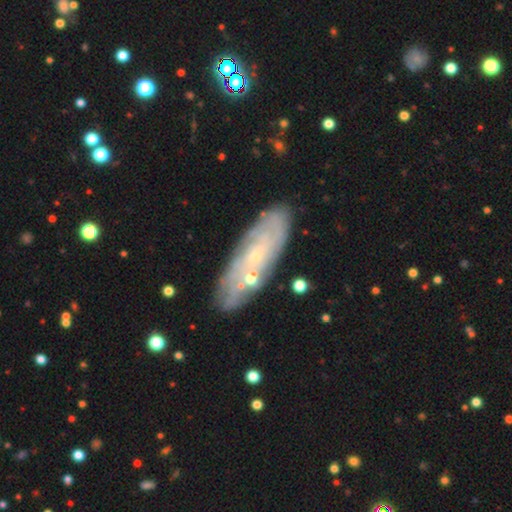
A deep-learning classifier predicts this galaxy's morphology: type=featured or disk (67%); edge-on=no (80%); bar=no (77%); spiral arms=yes (69%); bulge=small (80%); merging=none (78%).